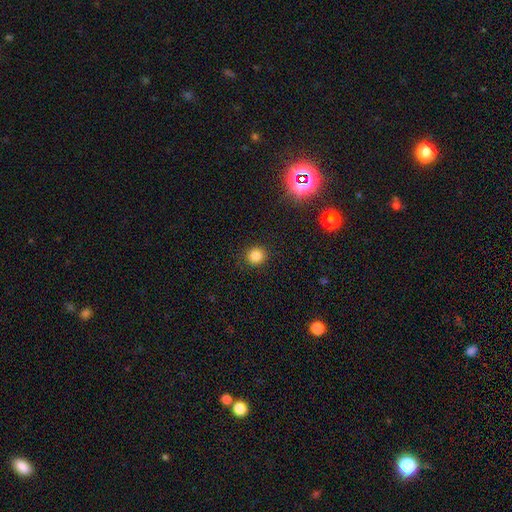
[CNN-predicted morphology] smooth_or_featured: smooth (p=0.83) [alt: star or artifact p=0.13]
how_rounded: round (p=0.92) [alt: in between p=0.07]
merging: none (p=0.91) [alt: minor disturbance p=0.06]